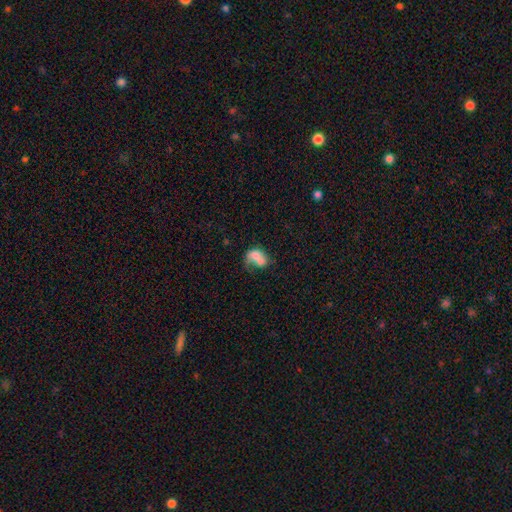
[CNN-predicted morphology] This appears to be a smooth galaxy with no disk features (64%) that is in between round and cigar-shaped (74%). Merging: merger (45%).